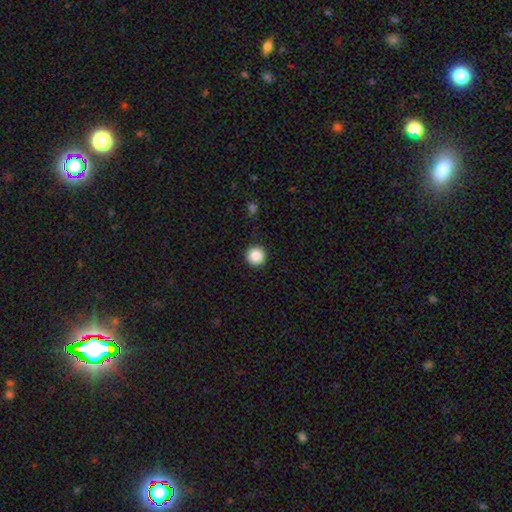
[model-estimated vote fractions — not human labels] Q: Smooth or featured?
A: smooth (88%); runner-up: star or artifact (9%)
Q: How rounded?
A: round (96%); runner-up: in between (3%)
Q: Merging?
A: none (93%); runner-up: minor disturbance (5%)